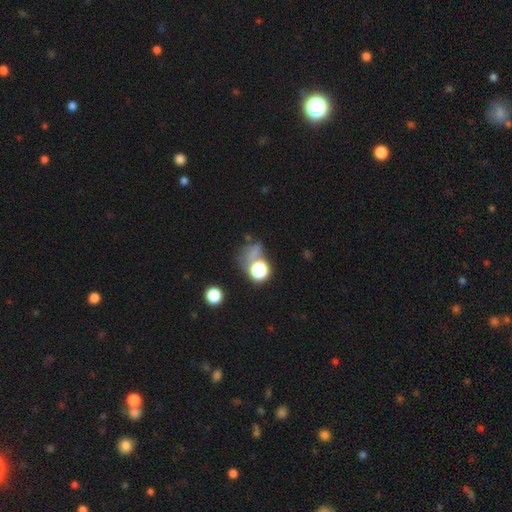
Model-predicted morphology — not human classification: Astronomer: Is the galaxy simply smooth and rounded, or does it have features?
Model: smooth — 53% (runner-up: star or artifact, 34%).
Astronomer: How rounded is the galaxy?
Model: round — 65%.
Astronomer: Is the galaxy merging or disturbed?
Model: none — 45% (runner-up: major disturbance, 24%).